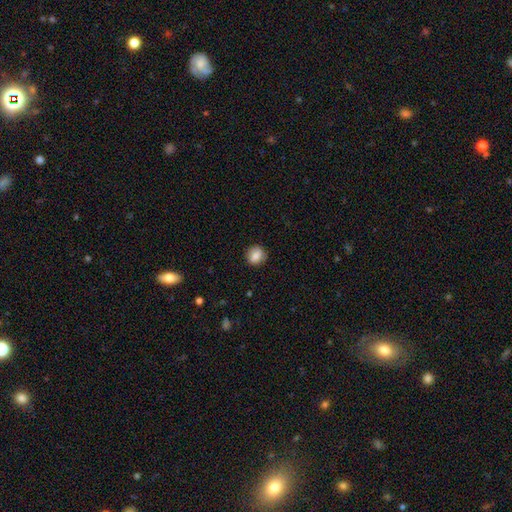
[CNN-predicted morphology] Q: Smooth or featured?
A: smooth (84%); runner-up: star or artifact (9%)
Q: How rounded?
A: round (84%); runner-up: in between (15%)
Q: Merging?
A: none (88%); runner-up: minor disturbance (9%)